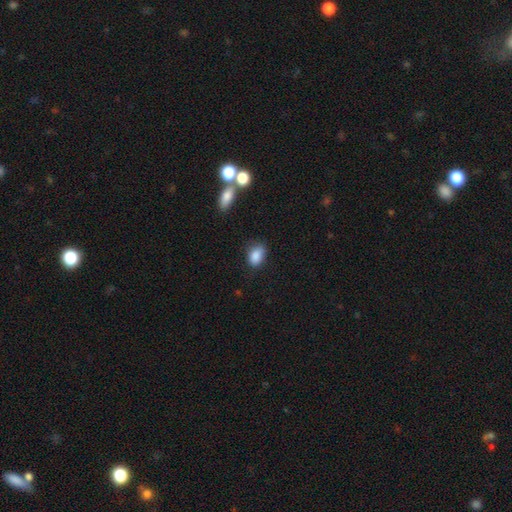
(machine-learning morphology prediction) A smooth galaxy with no disk features (87%) that is in between round and cigar-shaped (83%).

Vote fractions:
- Smooth or featured? smooth: 87% / star or artifact: 9% / featured or disk: 5%
- How rounded? in between: 83% / round: 16% / cigar-shaped: 2%
- Merging? none: 67% / minor disturbance: 25% / major disturbance: 5% / merger: 3%